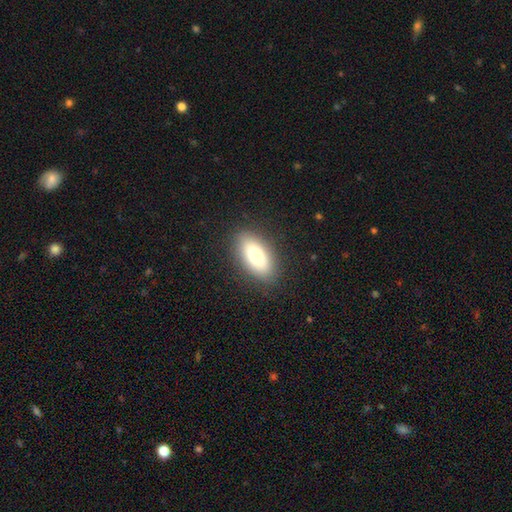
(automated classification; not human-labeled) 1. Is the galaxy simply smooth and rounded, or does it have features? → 75% smooth, 17% featured or disk, 7% star or artifact.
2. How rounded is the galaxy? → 88% in between, 8% cigar-shaped, 4% round.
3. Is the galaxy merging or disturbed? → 87% none, 9% minor disturbance, 3% major disturbance, 1% merger.